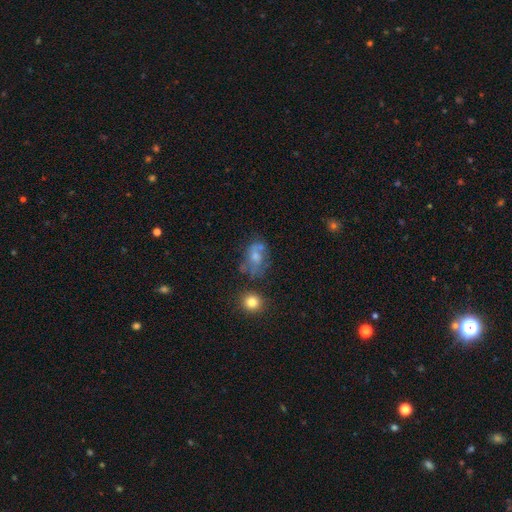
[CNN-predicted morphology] A smooth galaxy with no disk features (44%). Merging: none (41%).